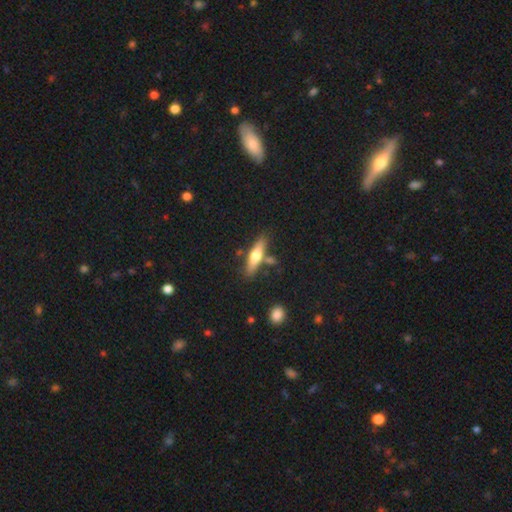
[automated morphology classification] smooth 50%, featured or disk 45%, star or artifact 6%. Down the decision tree: merging — none (74%).